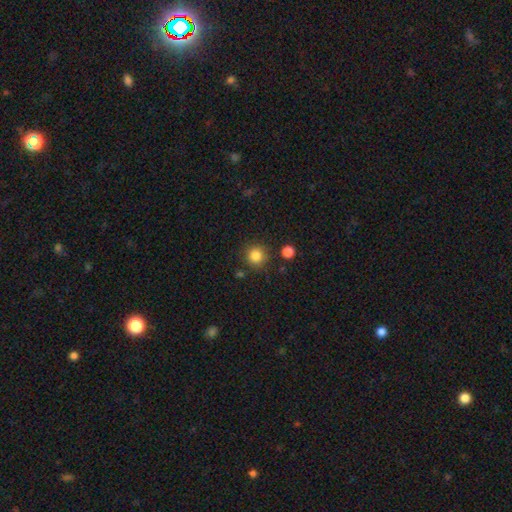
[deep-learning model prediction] Smooth or featured? smooth (84%)
How rounded? round (94%)
Merging? none (86%)